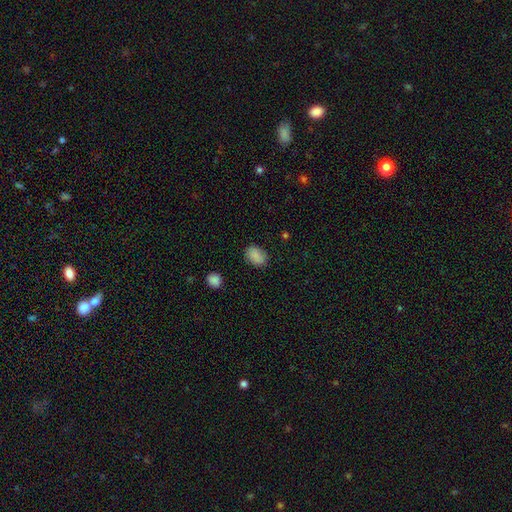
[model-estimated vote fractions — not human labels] smooth-or-featured: smooth: 87% | star or artifact: 9% | featured or disk: 5%
  how-rounded: in between: 79% | round: 20% | cigar-shaped: 1%
  merging: none: 82% | minor disturbance: 13% | major disturbance: 3% | merger: 1%